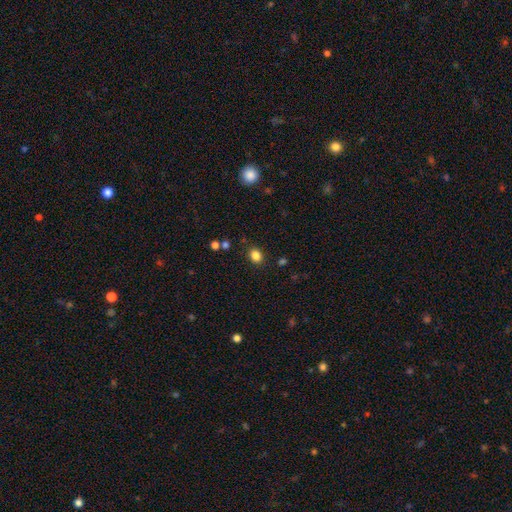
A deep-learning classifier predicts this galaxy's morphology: A smooth galaxy with no disk features (84%) that is in between round and cigar-shaped (54%).

Vote fractions:
- Smooth or featured? smooth: 84% / star or artifact: 12% / featured or disk: 4%
- How rounded? in between: 54% / round: 45% / cigar-shaped: 1%
- Merging? none: 86% / minor disturbance: 9% / major disturbance: 3% / merger: 2%